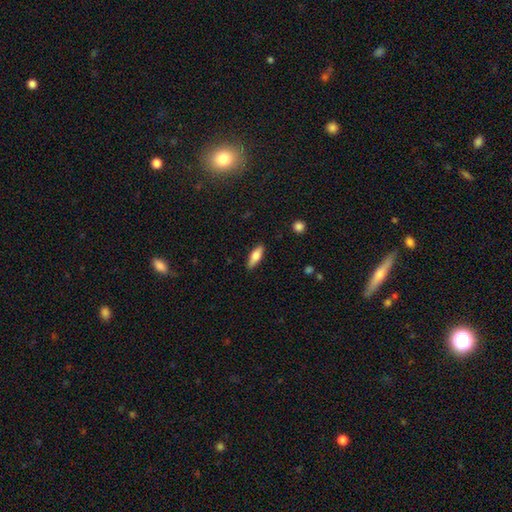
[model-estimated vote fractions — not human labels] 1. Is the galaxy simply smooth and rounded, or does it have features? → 71% smooth, 23% featured or disk, 6% star or artifact.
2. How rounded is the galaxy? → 58% in between, 39% cigar-shaped, 2% round.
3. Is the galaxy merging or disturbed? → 88% none, 9% minor disturbance, 2% major disturbance, 1% merger.